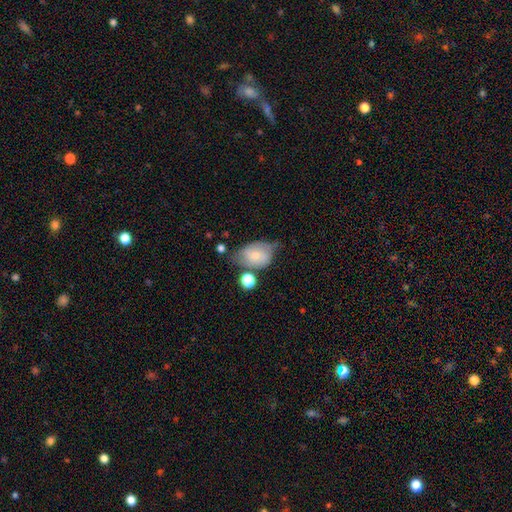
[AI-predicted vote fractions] Morphology: type=smooth (57%); roundness=in between (74%); merging=none (44%).